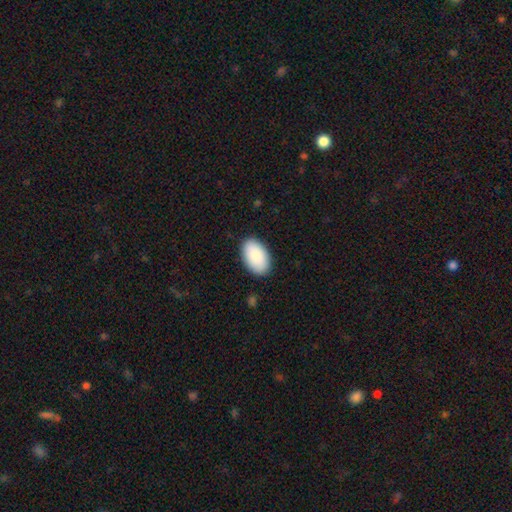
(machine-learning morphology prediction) Smooth or featured? smooth (89%)
How rounded? in between (94%)
Merging? none (88%)